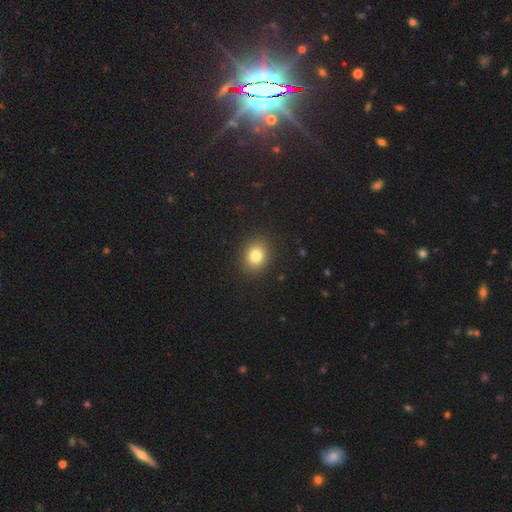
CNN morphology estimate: Smooth or featured? smooth (81%)
How rounded? round (61%)
Merging? none (90%)